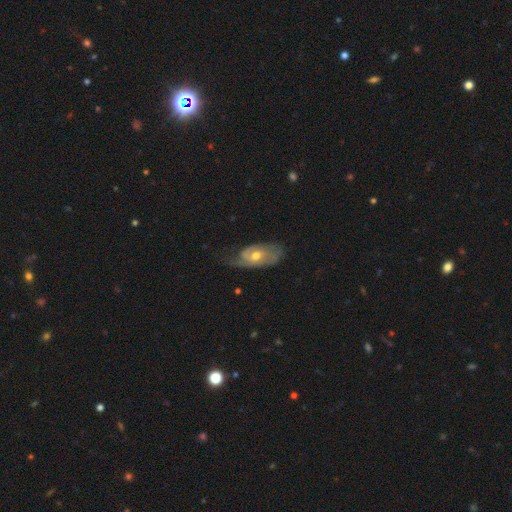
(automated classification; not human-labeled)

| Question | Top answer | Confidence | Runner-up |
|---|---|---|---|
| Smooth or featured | featured or disk | 75% | smooth (19%) |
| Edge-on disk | no | 92% | yes (8%) |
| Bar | no | 67% | weak (28%) |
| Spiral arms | yes | 87% | no (13%) |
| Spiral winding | tight | 44% | medium (37%) |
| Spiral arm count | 2 | 50% | can't tell (24%) |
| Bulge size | moderate | 71% | small (23%) |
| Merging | none | 53% | minor disturbance (30%) |